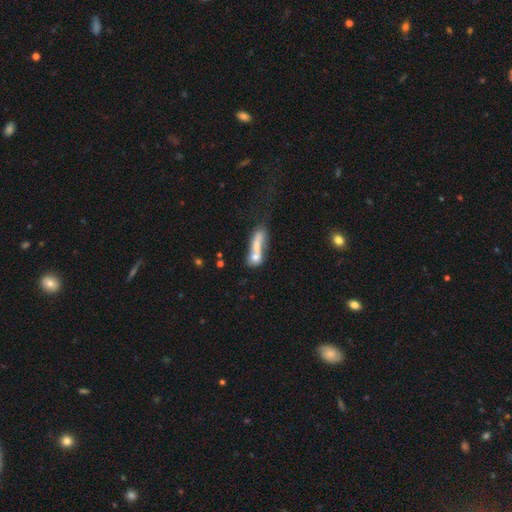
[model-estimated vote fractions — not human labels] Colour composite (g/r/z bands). It shows a smooth galaxy with no disk features (60%) that is in between round and cigar-shaped (47%). Merging: merger (57%).